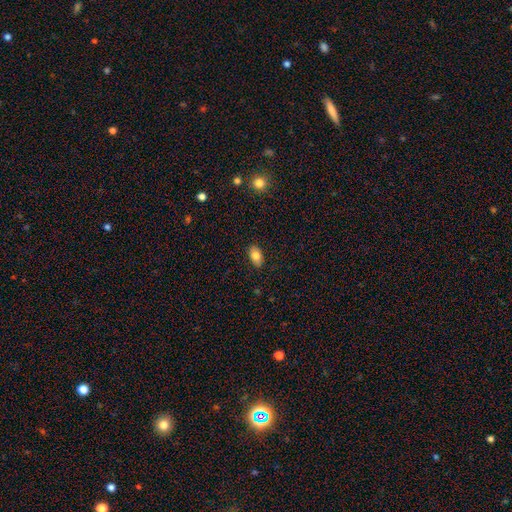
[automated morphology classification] Q: Smooth or featured?
A: smooth (81%); runner-up: featured or disk (11%)
Q: How rounded?
A: in between (89%); runner-up: round (8%)
Q: Merging?
A: none (88%); runner-up: minor disturbance (9%)